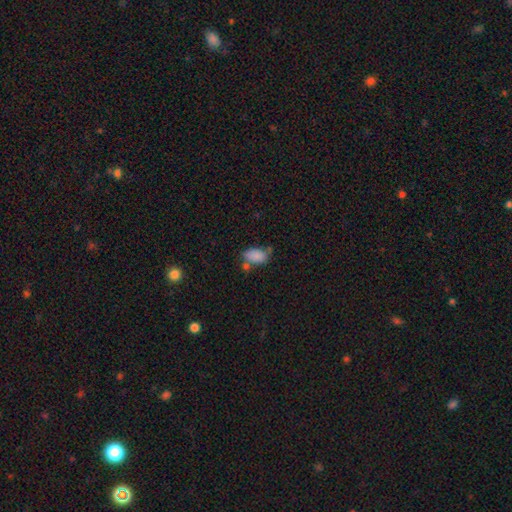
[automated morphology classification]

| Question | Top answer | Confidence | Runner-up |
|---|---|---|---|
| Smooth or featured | smooth | 84% | star or artifact (9%) |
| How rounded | in between | 91% | round (6%) |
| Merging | none | 51% | minor disturbance (22%) |